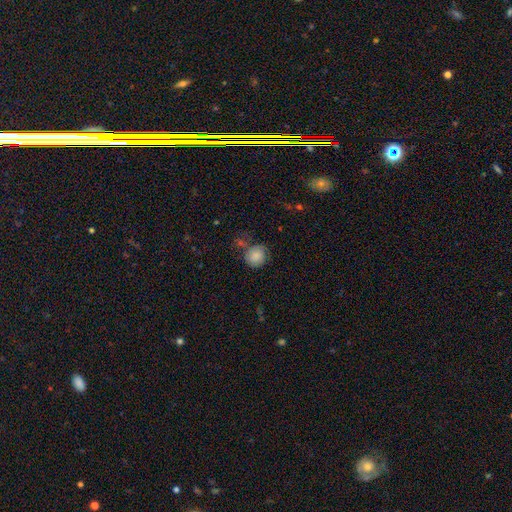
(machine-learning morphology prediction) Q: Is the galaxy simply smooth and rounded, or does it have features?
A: smooth — 84%.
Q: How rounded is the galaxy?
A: round — 85%.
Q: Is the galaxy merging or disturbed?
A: none — 61%.